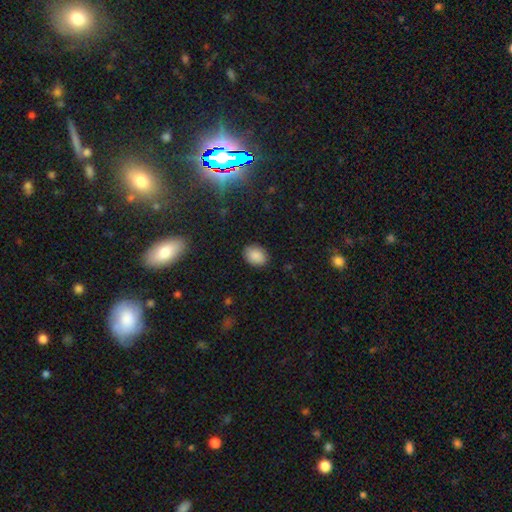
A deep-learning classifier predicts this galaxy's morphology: Q: Smooth or featured?
A: smooth (87%); runner-up: star or artifact (9%)
Q: How rounded?
A: in between (71%); runner-up: round (28%)
Q: Merging?
A: none (87%); runner-up: minor disturbance (10%)